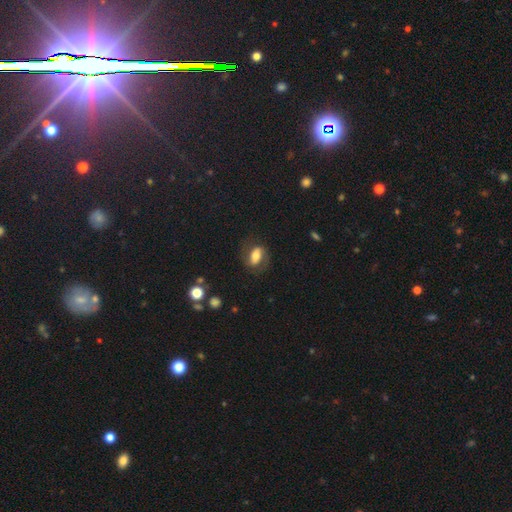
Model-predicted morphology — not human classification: Q: Smooth or featured?
A: smooth (47%); runner-up: featured or disk (45%)
Q: Merging?
A: none (69%); runner-up: minor disturbance (18%)